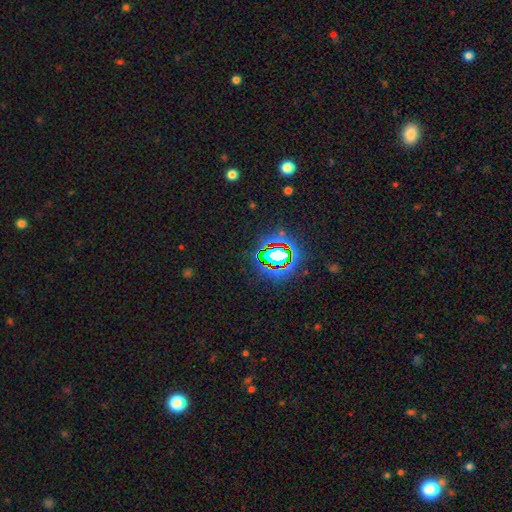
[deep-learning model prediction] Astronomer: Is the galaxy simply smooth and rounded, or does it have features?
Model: star or artifact — 77%.